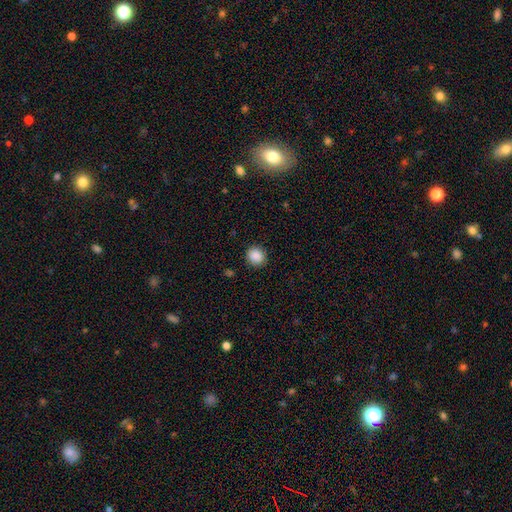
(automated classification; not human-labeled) Overall: smooth (88%). How rounded: round (82%). Merging: none (89%).